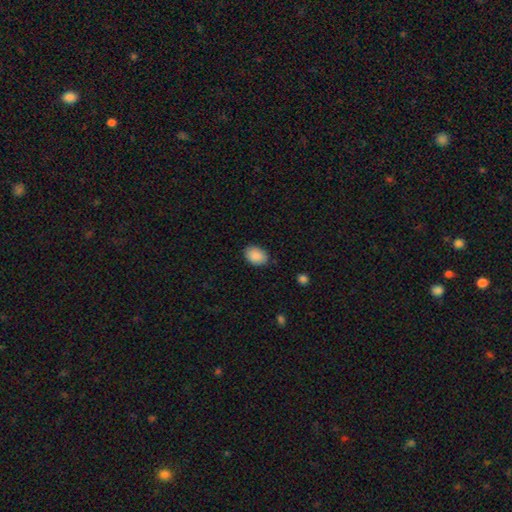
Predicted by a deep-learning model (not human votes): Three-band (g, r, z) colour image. It shows a smooth galaxy with no disk features (90%) that is in between round and cigar-shaped (83%). Merging: none (82%).